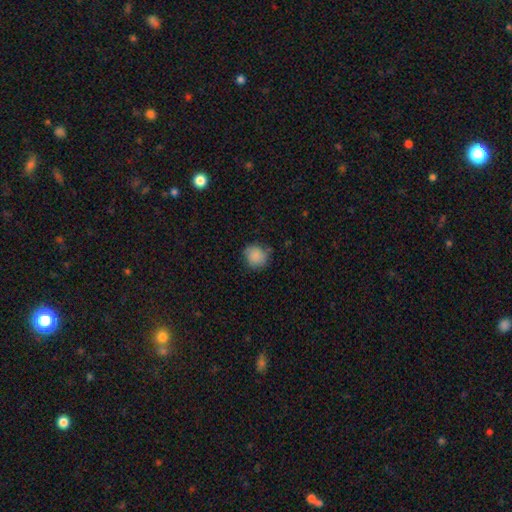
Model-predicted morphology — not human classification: Smooth or featured? smooth (86%)
How rounded? round (83%)
Merging? none (75%)